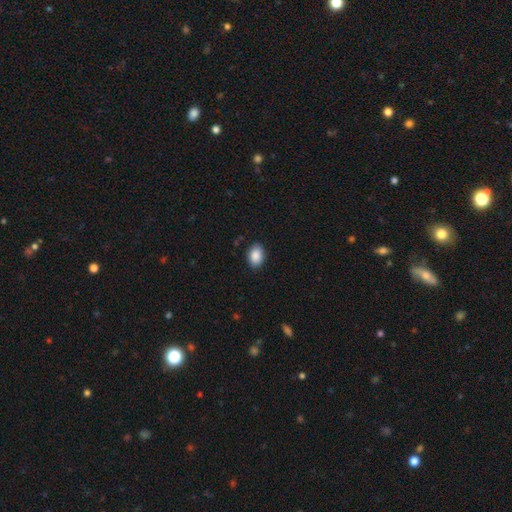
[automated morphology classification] smooth_or_featured: smooth (p=0.89) [alt: star or artifact p=0.07]
how_rounded: in between (p=0.86) [alt: round p=0.13]
merging: none (p=0.87) [alt: minor disturbance p=0.10]